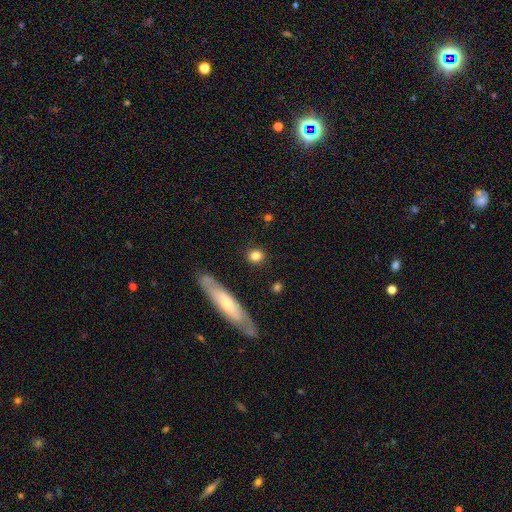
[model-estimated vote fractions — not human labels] Smooth or featured? Predicted: smooth (p=0.82). How rounded? Predicted: round (p=0.76). Merging? Predicted: none (p=0.86).